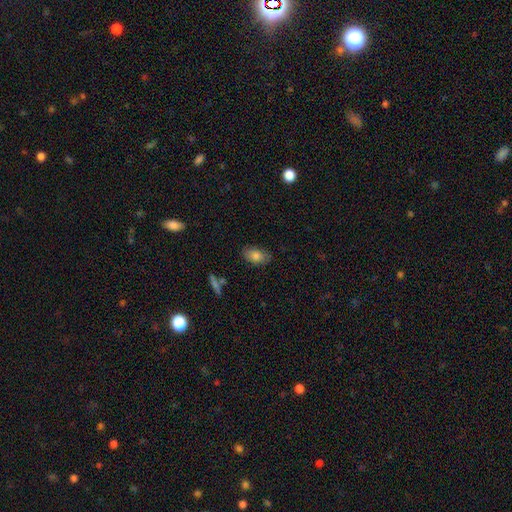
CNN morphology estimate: Q: Smooth or featured?
A: smooth (79%); runner-up: featured or disk (13%)
Q: How rounded?
A: in between (91%); runner-up: round (7%)
Q: Merging?
A: none (78%); runner-up: minor disturbance (17%)